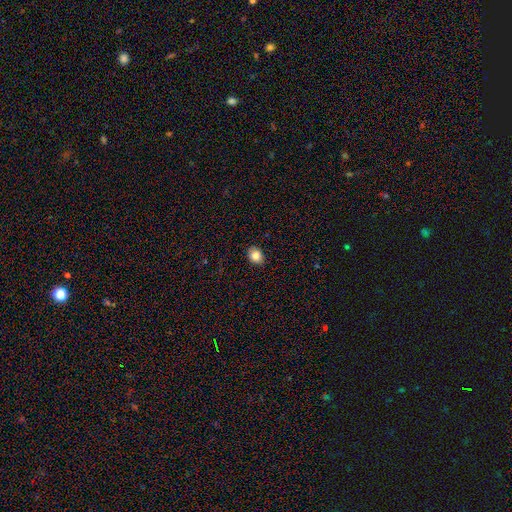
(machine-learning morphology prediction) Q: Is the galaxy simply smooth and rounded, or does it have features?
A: smooth — 83%.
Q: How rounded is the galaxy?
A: in between — 61%.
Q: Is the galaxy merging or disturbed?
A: none — 88%.